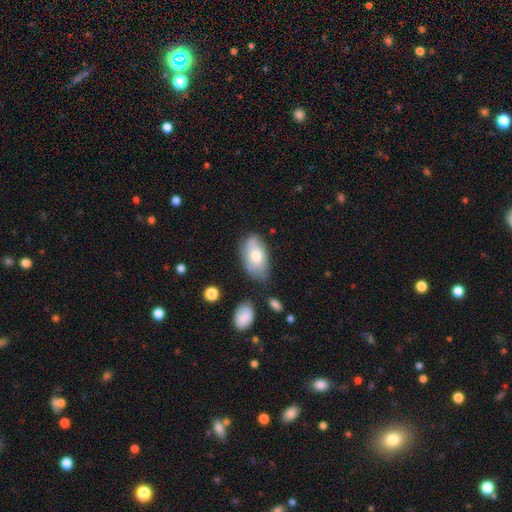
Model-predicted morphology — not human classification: smooth 68%, featured or disk 26%, star or artifact 7%. Down the decision tree: how rounded — in between (93%); merging — none (60%).